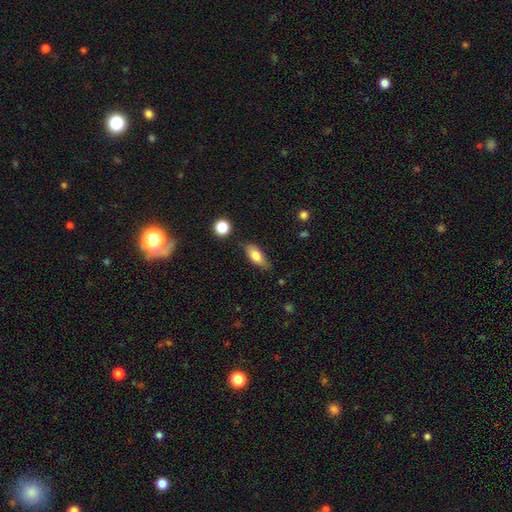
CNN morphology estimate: smooth 75%, featured or disk 18%, star or artifact 7%. Down the decision tree: how rounded — in between (80%); merging — none (75%).